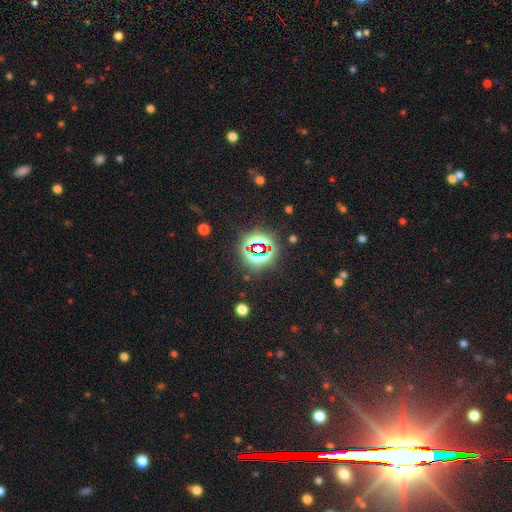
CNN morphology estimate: This is likely a star or artifact rather than a galaxy (80%).